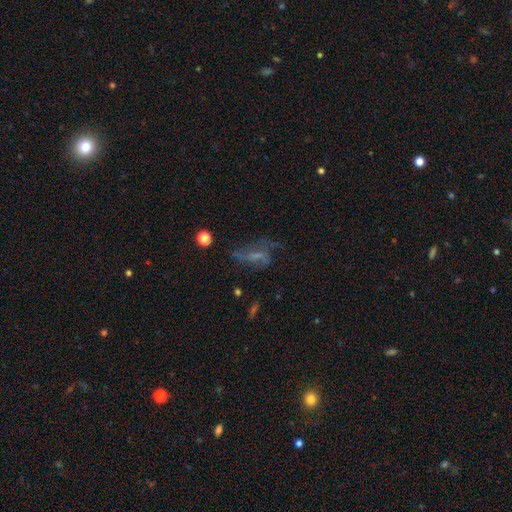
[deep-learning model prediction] smooth-or-featured: featured or disk: 51% | smooth: 29% | star or artifact: 21%
  disk-edge-on: no: 91% | yes: 9%
  merging: none: 40% | major disturbance: 37% | minor disturbance: 19% | merger: 4%